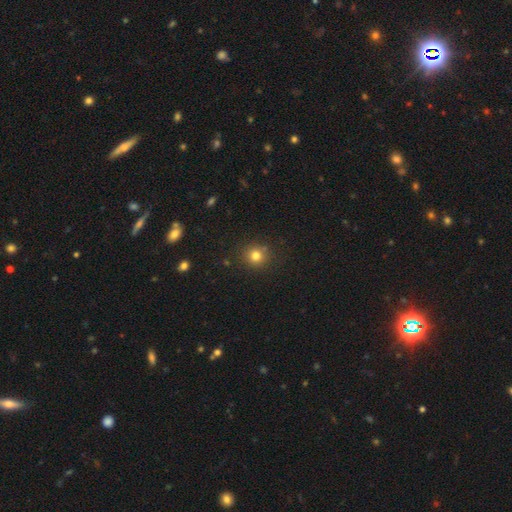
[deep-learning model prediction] This appears to be a smooth galaxy with no disk features (80%) that is round (91%). Merging: none (87%).